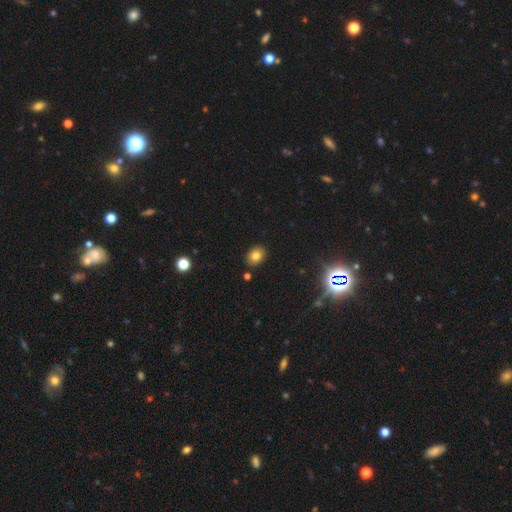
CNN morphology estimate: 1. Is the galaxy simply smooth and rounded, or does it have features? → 79% smooth, 13% star or artifact, 8% featured or disk.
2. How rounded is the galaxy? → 59% in between, 40% round, 1% cigar-shaped.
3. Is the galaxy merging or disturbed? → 87% none, 8% minor disturbance, 2% merger, 2% major disturbance.